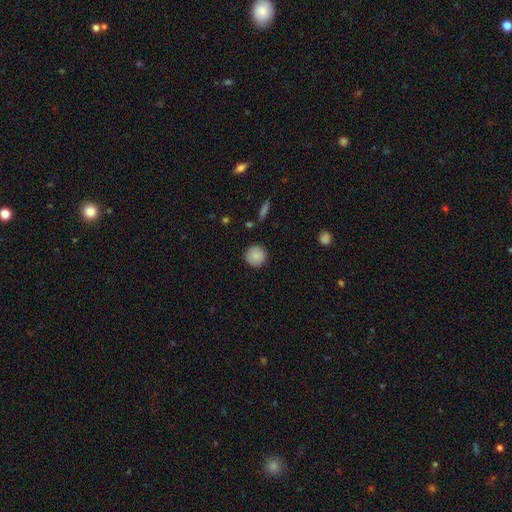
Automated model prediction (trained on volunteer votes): This appears to be a smooth galaxy with no disk features (87%) that is round (94%). Merging: none (90%).